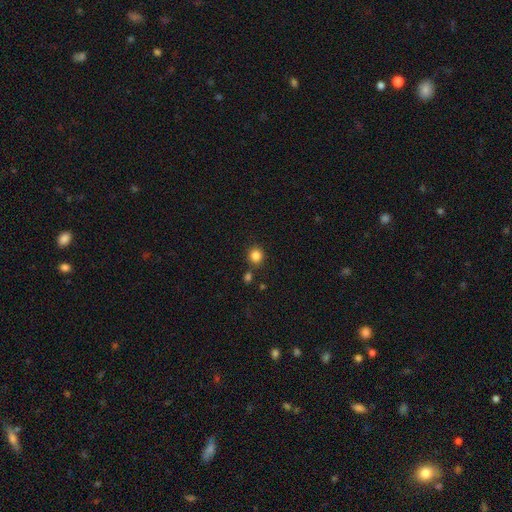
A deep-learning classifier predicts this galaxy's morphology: Q: Smooth or featured?
A: smooth (84%); runner-up: star or artifact (12%)
Q: How rounded?
A: round (90%); runner-up: in between (9%)
Q: Merging?
A: none (81%); runner-up: minor disturbance (8%)